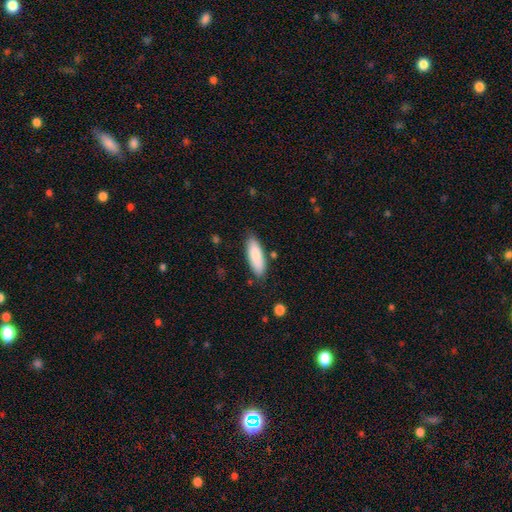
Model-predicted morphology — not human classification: Smooth or featured?
  - smooth: 85% *
  - featured or disk: 10%
  - star or artifact: 6%
How rounded?
  - in between: 58% *
  - cigar-shaped: 40%
  - round: 2%
Merging?
  - none: 81% *
  - minor disturbance: 13%
  - merger: 3%
  - major disturbance: 3%